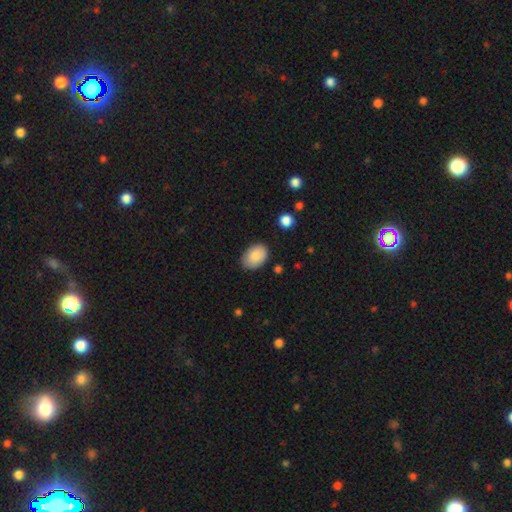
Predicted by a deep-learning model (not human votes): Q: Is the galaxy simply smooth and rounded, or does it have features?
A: smooth — 86%.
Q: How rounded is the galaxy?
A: in between — 84%.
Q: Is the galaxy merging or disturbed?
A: none — 81%.